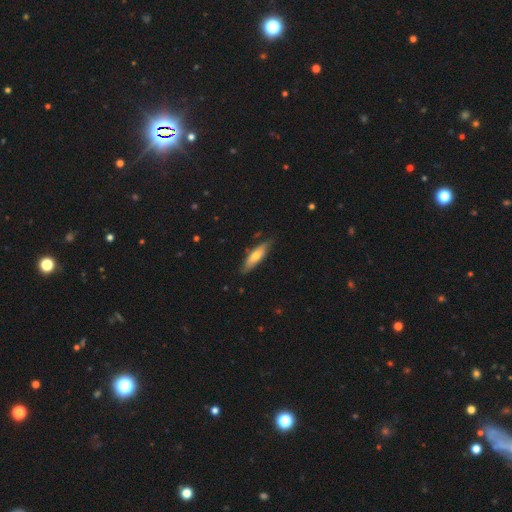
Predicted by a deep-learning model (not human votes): The model was most divided on "smooth or featured": smooth: 60%, featured or disk: 34%, star or artifact: 6%. More confident: merging — none (80%); how rounded — cigar-shaped (65%).